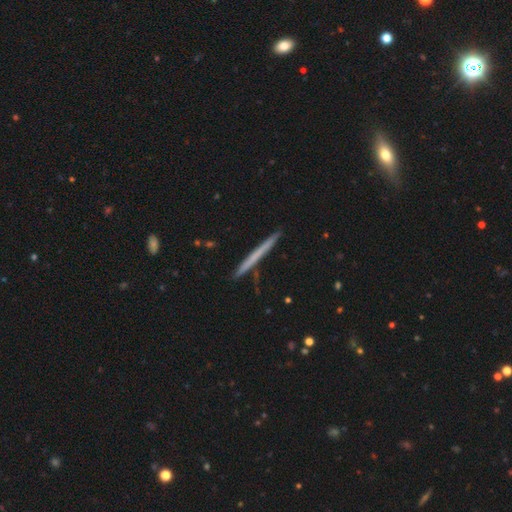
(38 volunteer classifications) Smooth or featured? smooth (50%, tied with featured or disk)
How rounded? cigar-shaped (100%)
Merging? none (97%)